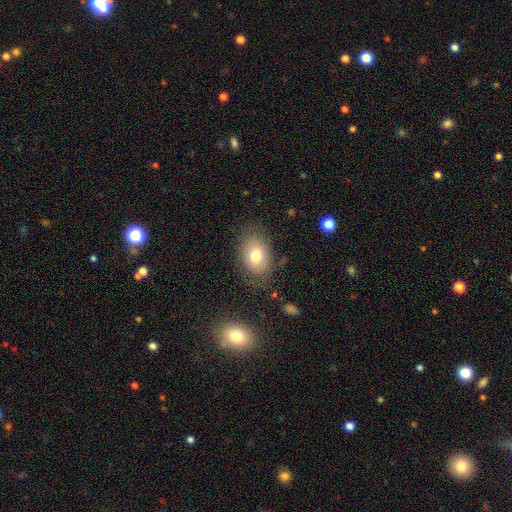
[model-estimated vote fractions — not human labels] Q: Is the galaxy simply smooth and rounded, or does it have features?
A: smooth — 75%.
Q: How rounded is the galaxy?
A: in between — 80%.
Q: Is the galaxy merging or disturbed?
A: none — 79%.